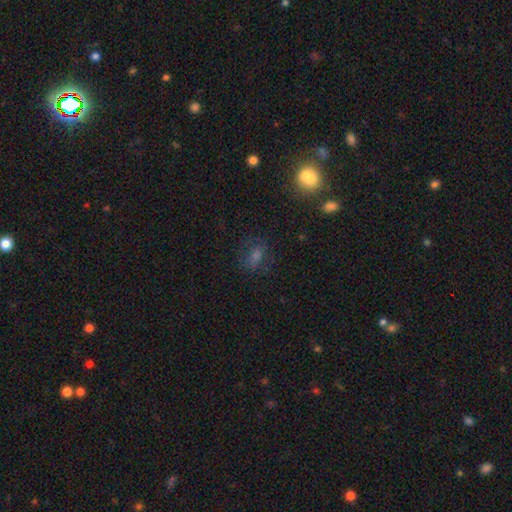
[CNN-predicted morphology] Smooth or featured? Predicted: smooth (p=0.53). How rounded? Predicted: in between (p=0.57). Merging? Predicted: none (p=0.73).